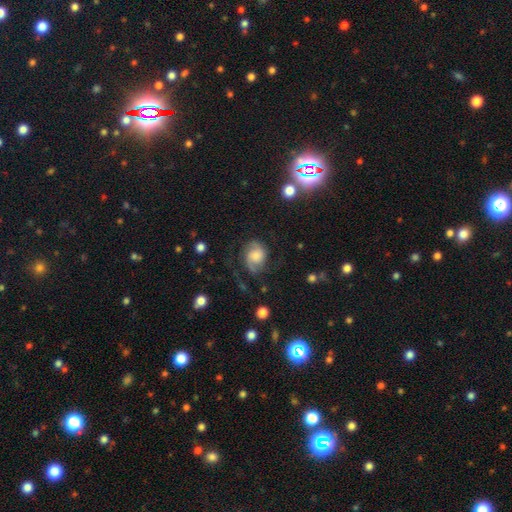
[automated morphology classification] A featured or disk galaxy (65%) with no bar (64%), 2 (79%) medium (48%) spiral arms (93%) and a moderate central bulge (32%).

Vote fractions:
- Smooth or featured? featured or disk: 65% / smooth: 26% / star or artifact: 9%
- Edge-on disk? no: 98% / yes: 2%
- Bar? no: 64% / weak: 30% / strong: 5%
- Spiral arms? yes: 93% / no: 7%
- Spiral winding? medium: 48% / loose: 27% / tight: 26%
- Spiral arm count? 2: 79% / can't tell: 8% / 1: 7% / 3: 3% / 4: 2% / more than 4: 2%
- Bulge size? moderate: 32% / small: 26% / large: 22% / none: 16% / dominant: 5%
- Merging? none: 59% / minor disturbance: 21% / major disturbance: 18% / merger: 2%